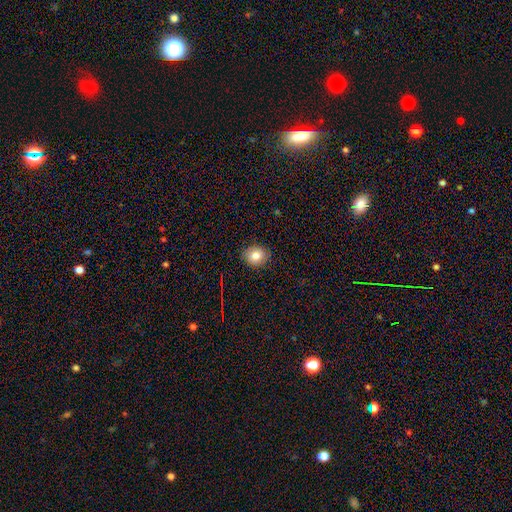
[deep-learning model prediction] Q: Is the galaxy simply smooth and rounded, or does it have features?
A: smooth — 80%.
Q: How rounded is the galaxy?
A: round — 59%.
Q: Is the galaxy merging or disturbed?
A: none — 88%.